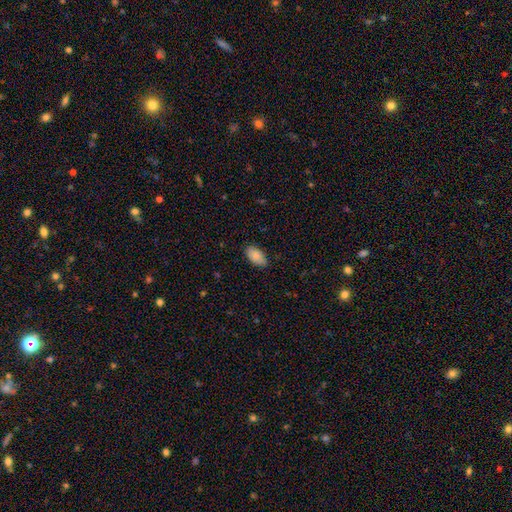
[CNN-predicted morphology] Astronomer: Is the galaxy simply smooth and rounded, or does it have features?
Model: smooth — 87%.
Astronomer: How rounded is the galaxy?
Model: in between — 95%.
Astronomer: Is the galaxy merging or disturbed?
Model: none — 83%.